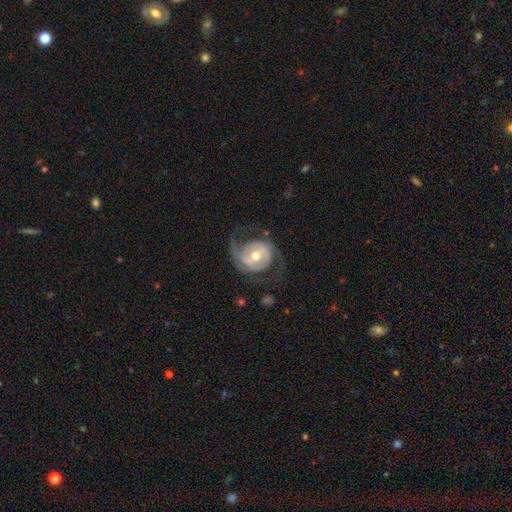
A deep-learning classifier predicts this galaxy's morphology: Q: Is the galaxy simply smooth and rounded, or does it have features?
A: featured or disk — 83%.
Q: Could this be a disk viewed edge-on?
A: no — 97%.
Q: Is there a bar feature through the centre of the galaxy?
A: weak — 42%.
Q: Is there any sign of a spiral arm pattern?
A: yes — 90%.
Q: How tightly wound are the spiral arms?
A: medium — 45%.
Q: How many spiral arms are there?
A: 2 — 84%.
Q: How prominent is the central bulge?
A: moderate — 70%.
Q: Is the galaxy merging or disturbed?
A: none — 65%.